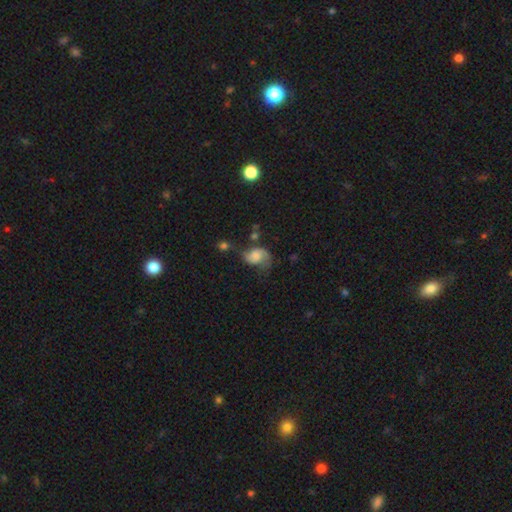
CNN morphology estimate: A featured or disk galaxy (52%) with no bar (66%), spiral arms (85%) and no central bulge (27%). Merging: none (38%).